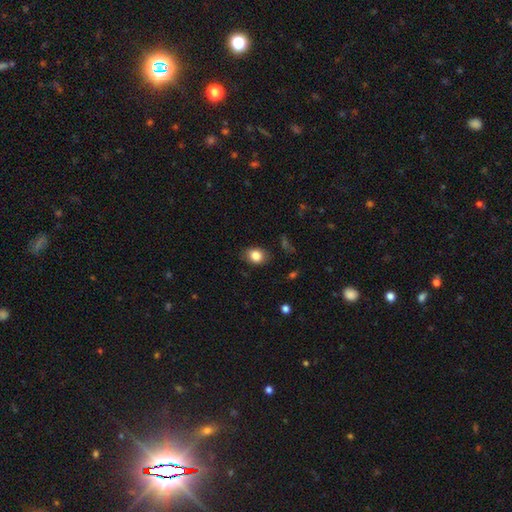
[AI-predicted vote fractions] Smooth or featured? smooth (84%)
How rounded? in between (60%)
Merging? none (82%)